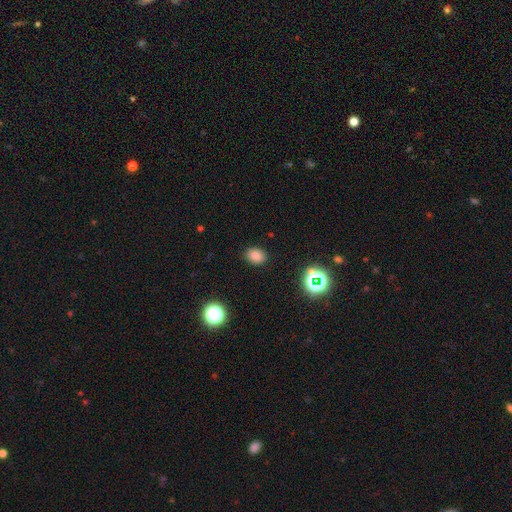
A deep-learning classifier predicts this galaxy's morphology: smooth-or-featured: smooth: 79% | star or artifact: 15% | featured or disk: 6%
  how-rounded: in between: 63% | round: 36% | cigar-shaped: 1%
  merging: none: 88% | minor disturbance: 9% | major disturbance: 2% | merger: 1%